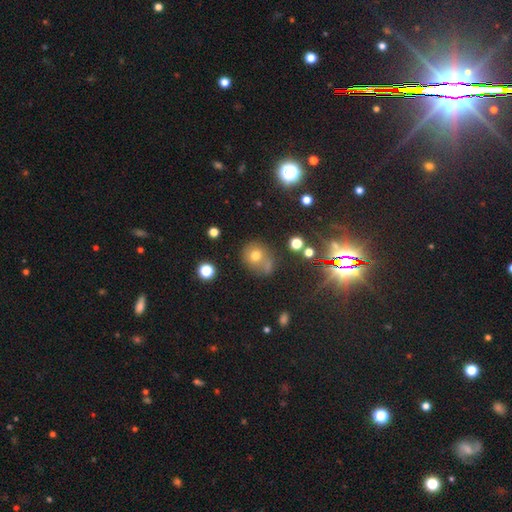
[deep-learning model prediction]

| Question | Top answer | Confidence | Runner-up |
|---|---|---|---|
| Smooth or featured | smooth | 68% | star or artifact (19%) |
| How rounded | round | 77% | in between (22%) |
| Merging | none | 53% | merger (25%) |